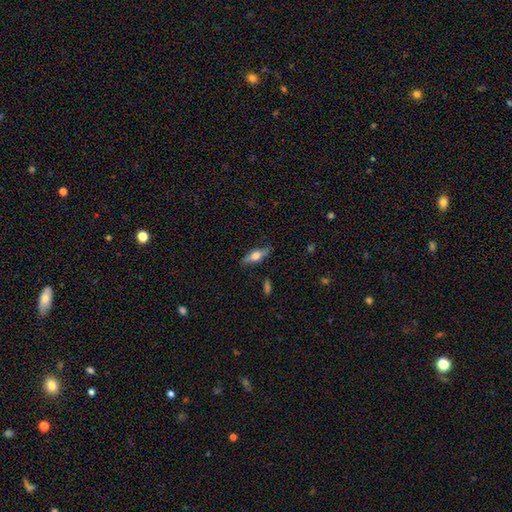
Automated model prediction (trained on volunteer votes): Overall: smooth (53%; featured or disk 40%). How rounded: in between (55%; cigar-shaped 42%). Merging: none (81%).